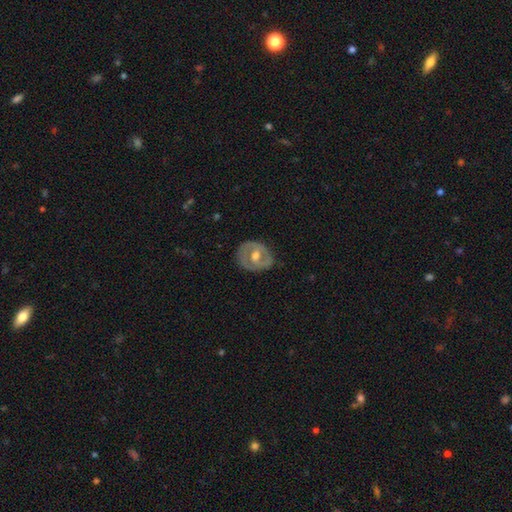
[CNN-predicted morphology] Smooth or featured? Predicted: featured or disk (p=0.63). Edge-on disk? Predicted: no (p=0.94). Bar? Predicted: no (p=0.56). Spiral arms? Predicted: no (p=0.71). Bulge size? Predicted: moderate (p=0.74). Merging? Predicted: none (p=0.78).